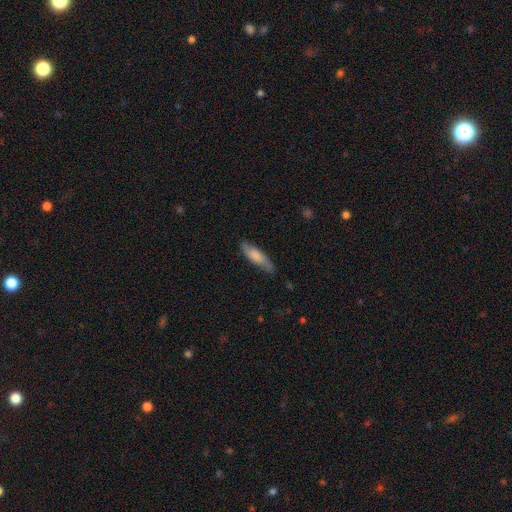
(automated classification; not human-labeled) Morphology: type=smooth (70%); roundness=cigar-shaped (57%); merging=none (76%).